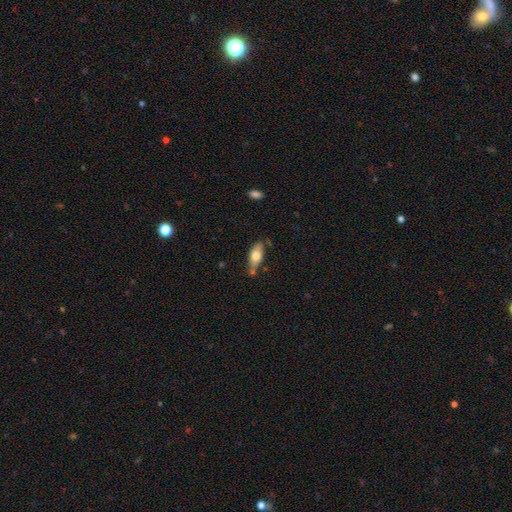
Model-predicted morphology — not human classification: Smooth or featured? smooth (64%)
How rounded? in between (73%)
Merging? none (58%)